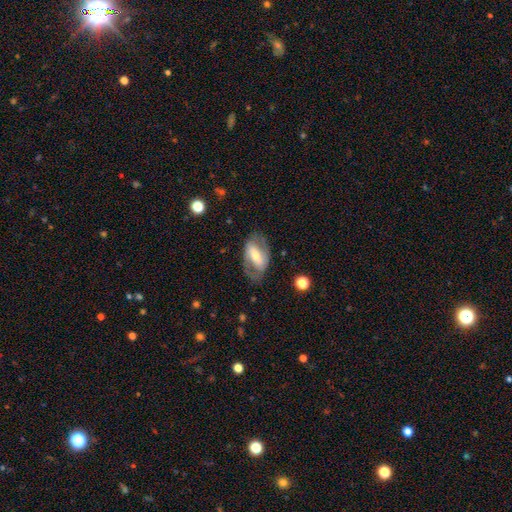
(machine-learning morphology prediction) smooth_or_featured: featured or disk (p=0.65) [alt: smooth p=0.29]
disk_edge_on: no (p=0.92) [alt: yes p=0.08]
bar: strong (p=0.49) [alt: weak p=0.31]
has_spiral_arms: yes (p=0.61) [alt: no p=0.39]
bulge_size: moderate (p=0.54) [alt: small p=0.36]
merging: none (p=0.70) [alt: minor disturbance p=0.18]